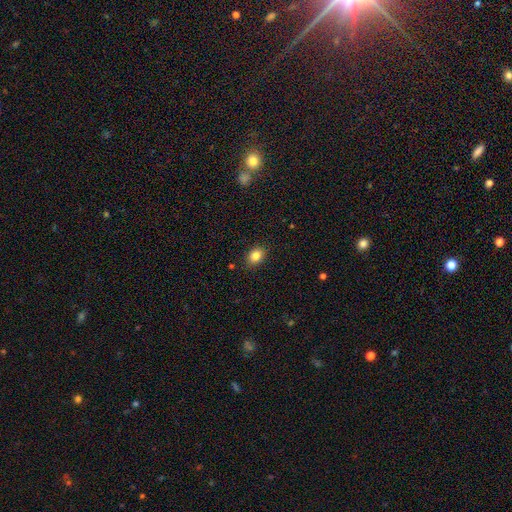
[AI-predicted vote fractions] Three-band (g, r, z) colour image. It shows a smooth galaxy with no disk features (84%) that is in between round and cigar-shaped (63%). Merging: none (87%).